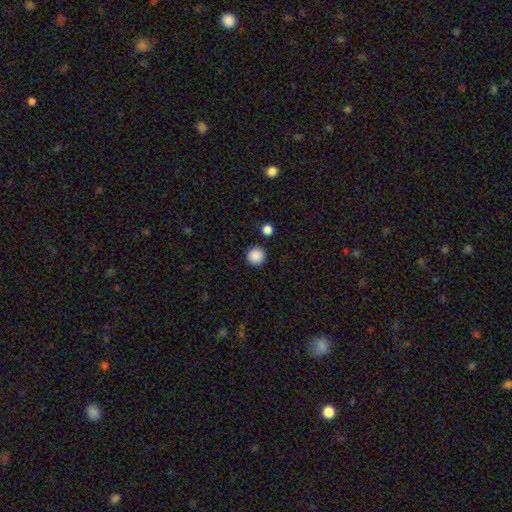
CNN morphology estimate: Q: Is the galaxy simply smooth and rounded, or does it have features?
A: smooth — 88%.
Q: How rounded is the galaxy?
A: round — 95%.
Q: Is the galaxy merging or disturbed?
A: none — 91%.